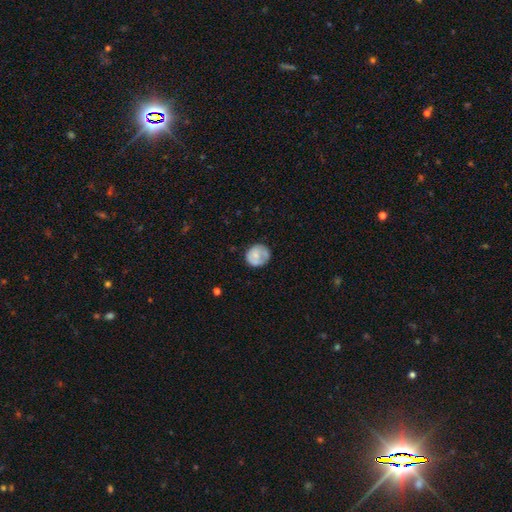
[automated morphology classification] smooth_or_featured: smooth (p=0.63) [alt: featured or disk p=0.29]
how_rounded: round (p=0.81) [alt: in between p=0.18]
merging: none (p=0.64) [alt: minor disturbance p=0.25]